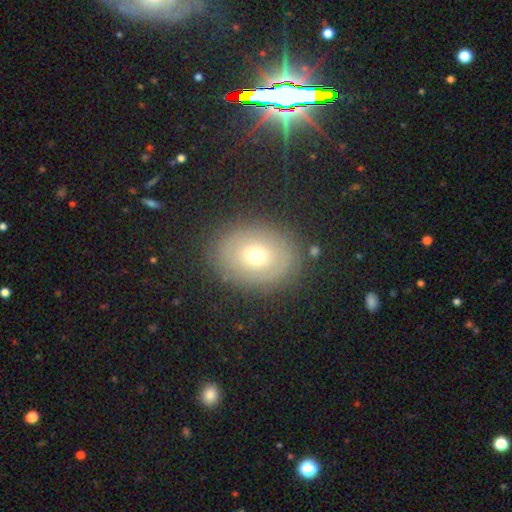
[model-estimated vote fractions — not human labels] smooth_or_featured: smooth (p=0.49) [alt: featured or disk p=0.37]
merging: none (p=0.84) [alt: minor disturbance p=0.11]